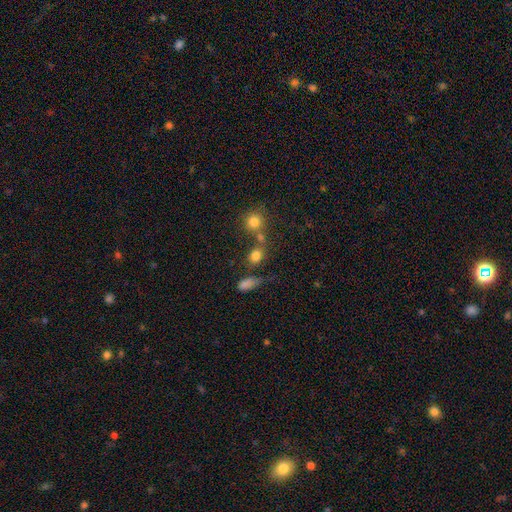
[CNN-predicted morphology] This appears to be a smooth galaxy with no disk features (78%) that is round (52%). Merging: none (54%).